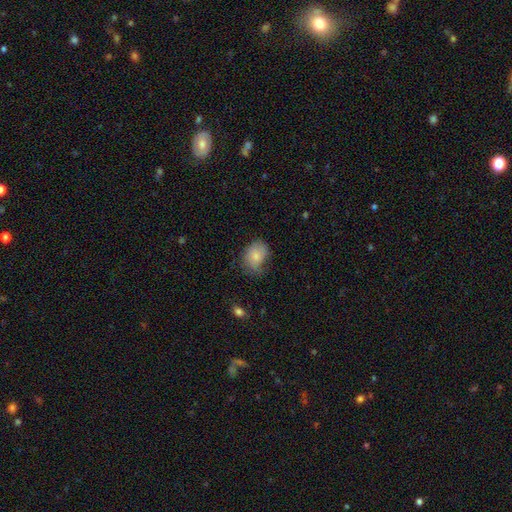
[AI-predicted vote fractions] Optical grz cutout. It shows a smooth galaxy with no disk features (77%) that is in between round and cigar-shaped (65%). Merging: none (50%).